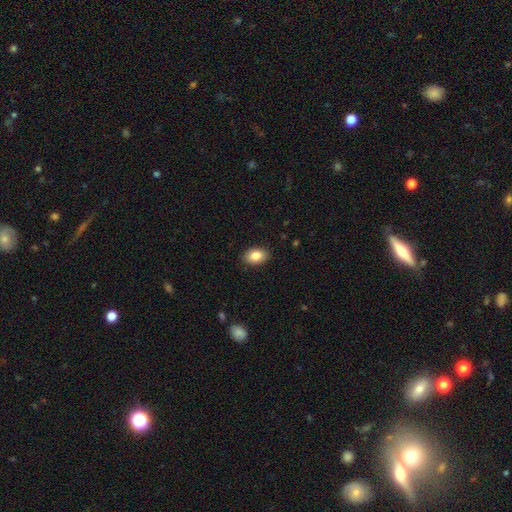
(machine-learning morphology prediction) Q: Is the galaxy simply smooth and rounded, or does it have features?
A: smooth — 84%.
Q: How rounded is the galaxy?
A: in between — 84%.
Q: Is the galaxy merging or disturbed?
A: none — 89%.